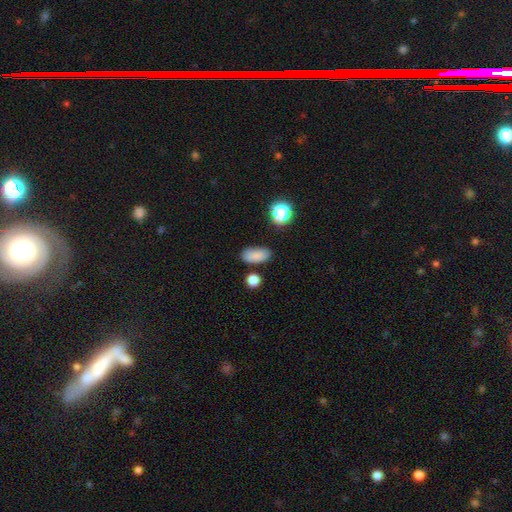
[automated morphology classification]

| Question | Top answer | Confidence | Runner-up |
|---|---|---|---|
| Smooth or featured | smooth | 83% | star or artifact (11%) |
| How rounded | in between | 88% | round (7%) |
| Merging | none | 78% | minor disturbance (14%) |